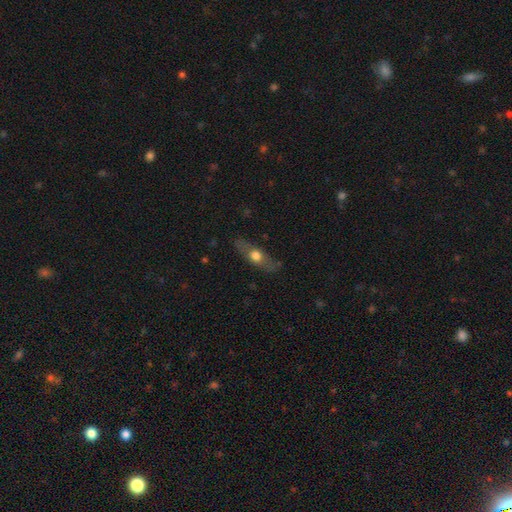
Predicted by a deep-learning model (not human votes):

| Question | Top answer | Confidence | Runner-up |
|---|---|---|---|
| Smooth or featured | smooth | 52% | featured or disk (41%) |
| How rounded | cigar-shaped | 47% | in between (46%) |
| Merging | none | 79% | minor disturbance (15%) |